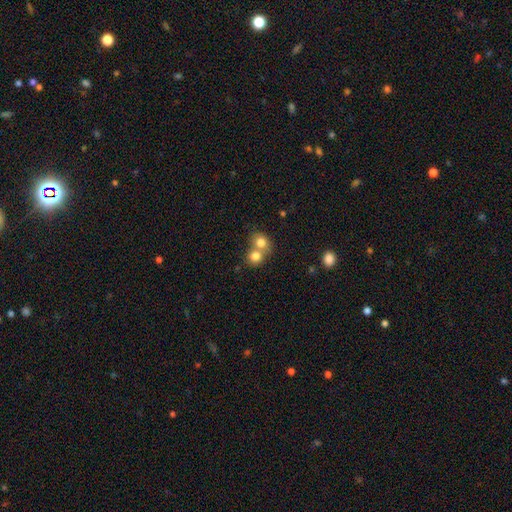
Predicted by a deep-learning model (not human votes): A smooth galaxy with no disk features (79%) that is round (78%). Merging: merger (61%).